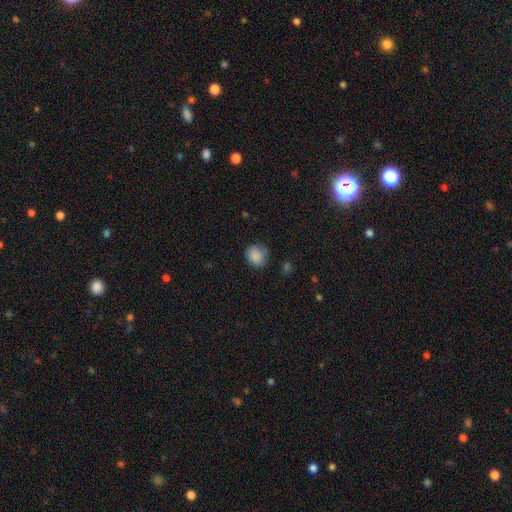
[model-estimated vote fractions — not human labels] Smooth or featured? smooth (86%)
How rounded? round (73%)
Merging? none (73%)